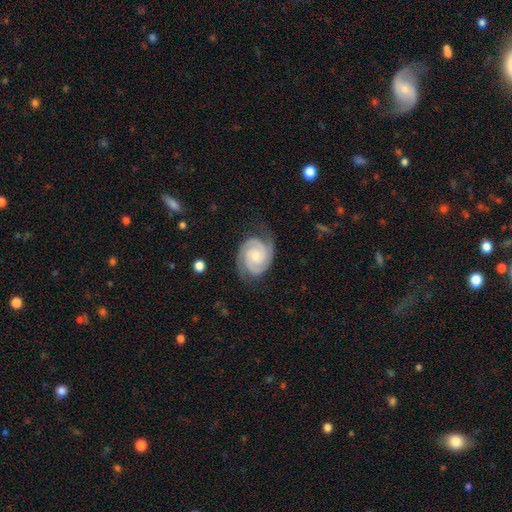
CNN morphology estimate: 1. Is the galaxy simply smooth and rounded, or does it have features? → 91% featured or disk, 4% smooth, 4% star or artifact.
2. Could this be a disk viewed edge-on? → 98% no, 2% yes.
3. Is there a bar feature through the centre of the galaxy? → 69% no, 24% weak, 7% strong.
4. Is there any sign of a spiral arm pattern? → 99% yes, 1% no.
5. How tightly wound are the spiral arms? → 74% tight, 23% medium, 3% loose.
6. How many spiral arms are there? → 87% 2, 6% 3, 3% can't tell, 1% 4, 1% 1, 1% more than 4.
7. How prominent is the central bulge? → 61% small, 33% moderate, 3% none, 2% large, 1% dominant.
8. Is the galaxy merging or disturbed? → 78% none, 16% minor disturbance, 5% major disturbance, 1% merger.